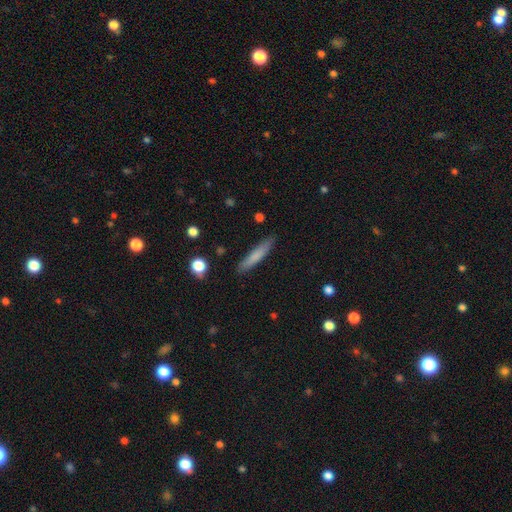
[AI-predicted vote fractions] Morphology: type=smooth (74%); roundness=cigar-shaped (90%); merging=none (87%).